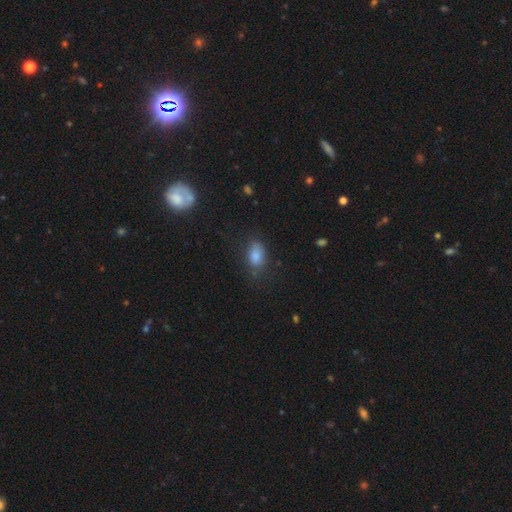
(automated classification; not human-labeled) Smooth or featured?
  - smooth: 82% *
  - star or artifact: 9%
  - featured or disk: 8%
How rounded?
  - in between: 86% *
  - round: 11%
  - cigar-shaped: 3%
Merging?
  - none: 65% *
  - minor disturbance: 23%
  - major disturbance: 9%
  - merger: 2%